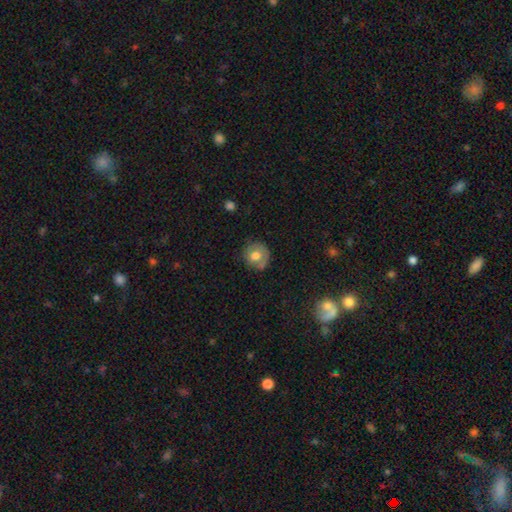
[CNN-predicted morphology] This appears to be a smooth galaxy with no disk features (62%) that is round (85%). Merging: none (72%).